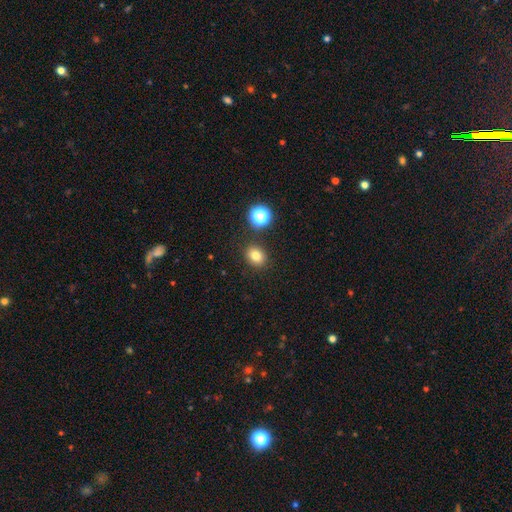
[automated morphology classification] Smooth or featured? Predicted: smooth (p=0.79). How rounded? Predicted: round (p=0.56). Merging? Predicted: none (p=0.86).